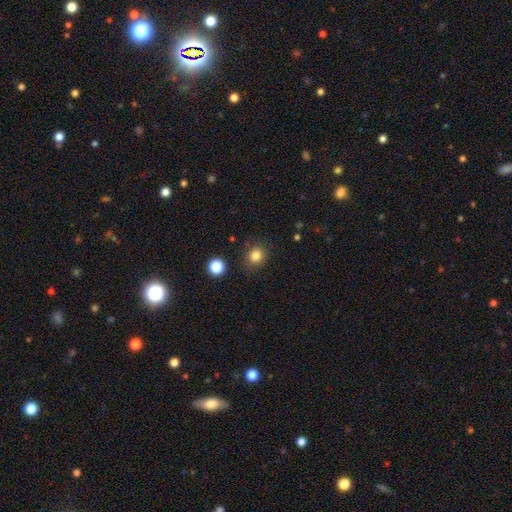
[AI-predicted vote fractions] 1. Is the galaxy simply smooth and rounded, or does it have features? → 83% smooth, 12% star or artifact, 5% featured or disk.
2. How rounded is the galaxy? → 83% round, 16% in between, 1% cigar-shaped.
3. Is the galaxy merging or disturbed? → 83% none, 11% minor disturbance, 3% major disturbance, 2% merger.